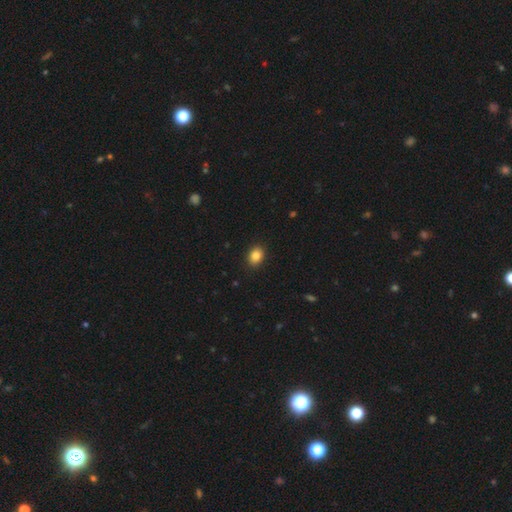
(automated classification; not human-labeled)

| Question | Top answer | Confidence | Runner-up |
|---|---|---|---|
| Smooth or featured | smooth | 86% | star or artifact (9%) |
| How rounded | in between | 63% | round (36%) |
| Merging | none | 89% | minor disturbance (8%) |